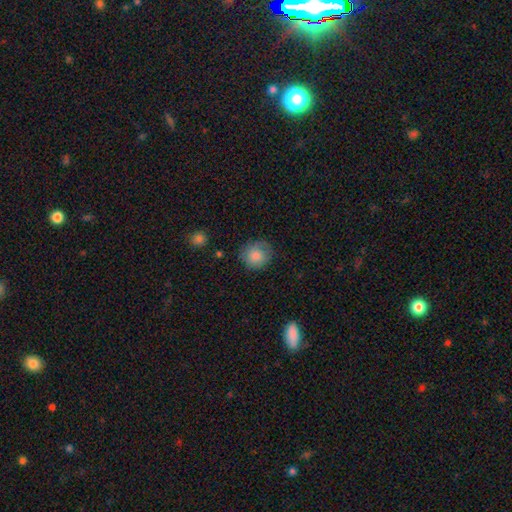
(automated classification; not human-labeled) Smooth or featured?
  - smooth: 83% *
  - featured or disk: 9%
  - star or artifact: 8%
How rounded?
  - round: 85% *
  - in between: 14%
  - cigar-shaped: 1%
Merging?
  - none: 74% *
  - minor disturbance: 19%
  - major disturbance: 5%
  - merger: 2%